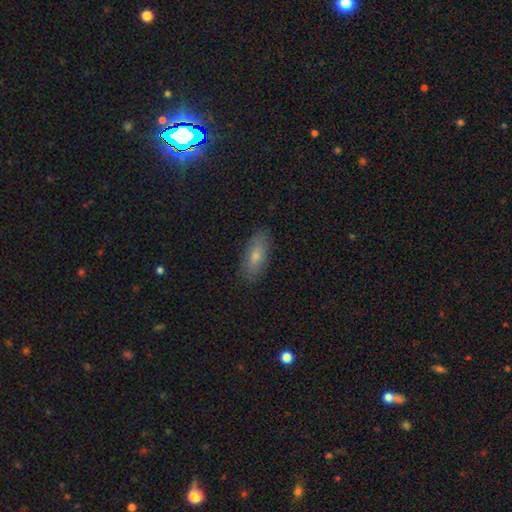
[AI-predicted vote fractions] A smooth galaxy with no disk features (67%) that is in between round and cigar-shaped (75%).

Vote fractions:
- Smooth or featured? smooth: 67% / featured or disk: 21% / star or artifact: 12%
- How rounded? in between: 75% / cigar-shaped: 21% / round: 3%
- Merging? none: 86% / minor disturbance: 11% / major disturbance: 2% / merger: 1%